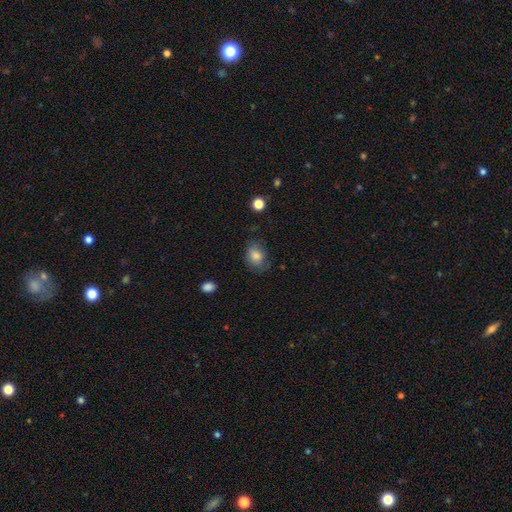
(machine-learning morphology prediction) A smooth galaxy with no disk features (82%) that is in between round and cigar-shaped (60%). Merging: none (68%).